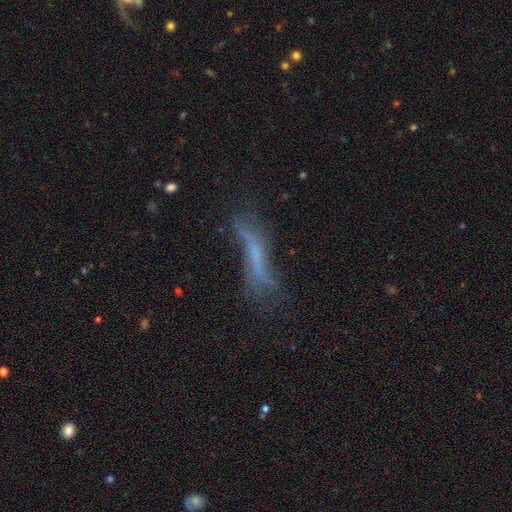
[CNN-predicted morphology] Smooth or featured? Predicted: featured or disk (p=0.46). Merging? Predicted: none (p=0.46).